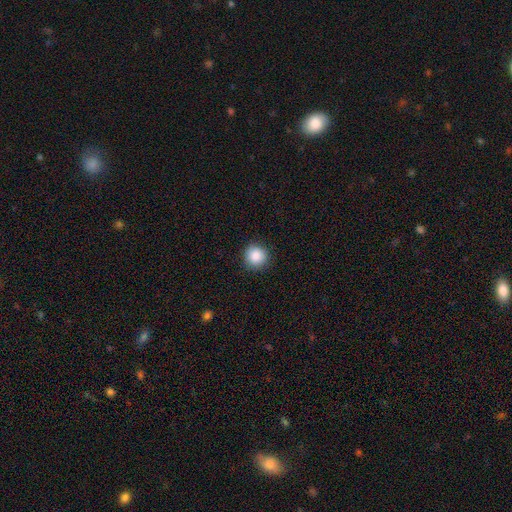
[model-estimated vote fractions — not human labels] smooth 87%, star or artifact 9%, featured or disk 4%. Down the decision tree: how rounded — round (93%); merging — none (89%).